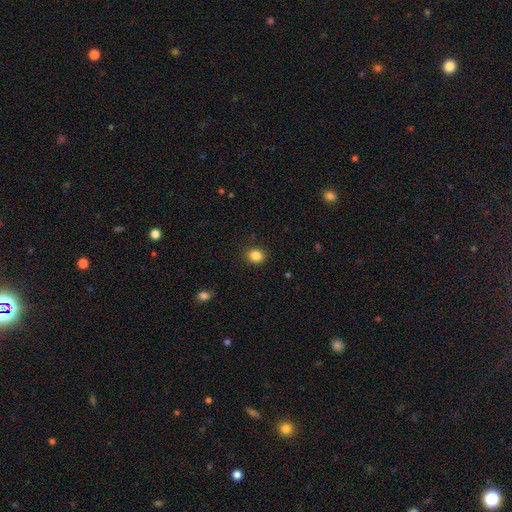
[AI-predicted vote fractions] Smooth or featured: smooth — 85% (star or artifact — 11%)
How rounded: round — 73% (in between — 26%)
Merging: none — 90% (minor disturbance — 7%)